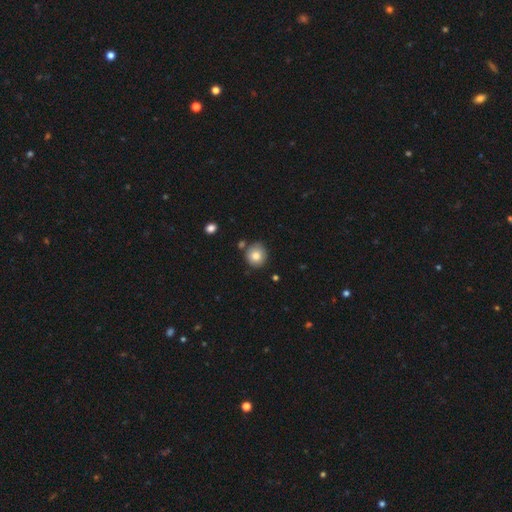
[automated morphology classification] A smooth galaxy with no disk features (82%) that is round (87%). Merging: none (77%).